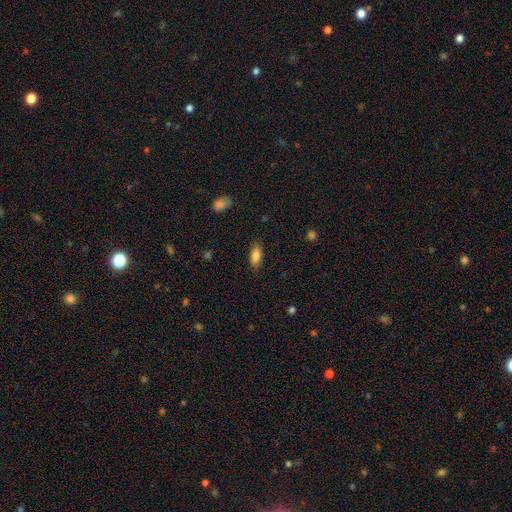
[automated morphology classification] Smooth or featured? Predicted: smooth (p=0.83). How rounded? Predicted: in between (p=0.80). Merging? Predicted: none (p=0.84).